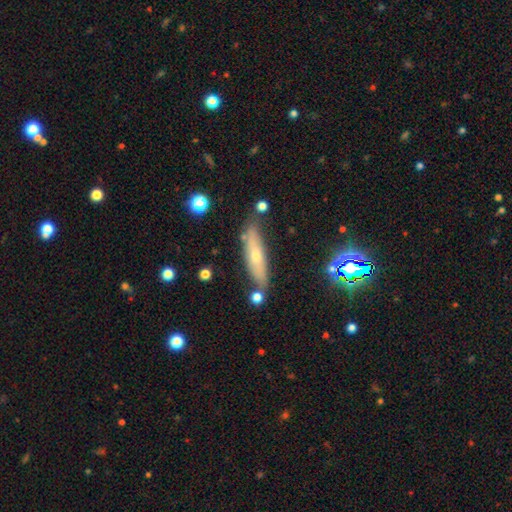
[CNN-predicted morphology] smooth-or-featured: smooth: 48% | featured or disk: 42% | star or artifact: 10%
  merging: none: 76% | minor disturbance: 15% | merger: 6% | major disturbance: 3%